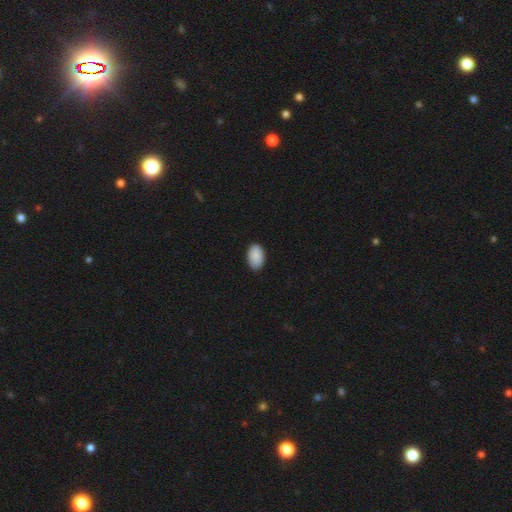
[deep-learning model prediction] smooth 91%, star or artifact 6%, featured or disk 3%. Down the decision tree: how rounded — in between (93%); merging — none (89%).